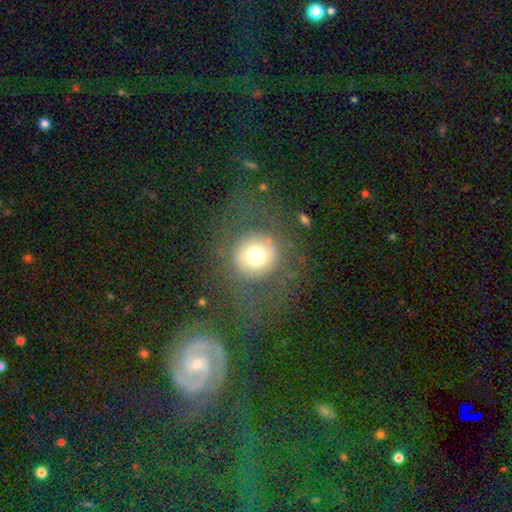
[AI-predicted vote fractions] This appears to be a smooth galaxy with no disk features (65%) that is round (91%). Merging: none (71%).